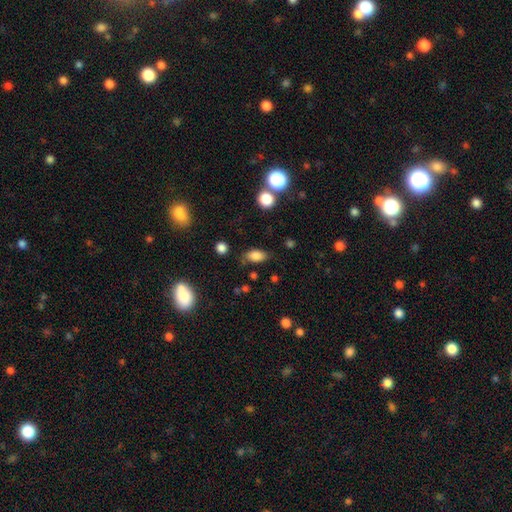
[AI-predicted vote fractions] smooth 82%, star or artifact 10%, featured or disk 8%. Down the decision tree: how rounded — in between (89%); merging — none (72%).